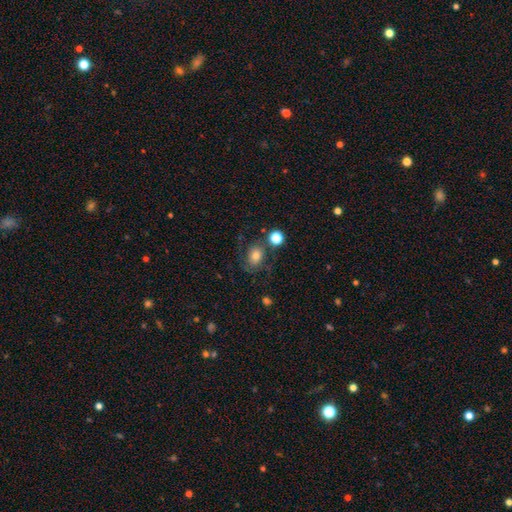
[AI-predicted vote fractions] A smooth galaxy with no disk features (72%) that is in between round and cigar-shaped (58%).

Vote fractions:
- Smooth or featured? smooth: 72% / featured or disk: 16% / star or artifact: 12%
- How rounded? in between: 58% / round: 41% / cigar-shaped: 1%
- Merging? none: 60% / minor disturbance: 18% / major disturbance: 12% / merger: 11%